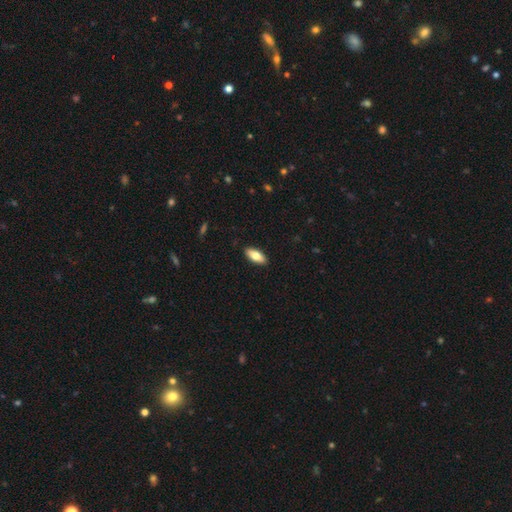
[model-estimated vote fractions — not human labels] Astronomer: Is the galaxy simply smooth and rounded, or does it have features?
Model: smooth — 76%.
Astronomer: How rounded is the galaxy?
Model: in between — 81%.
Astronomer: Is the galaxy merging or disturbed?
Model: none — 90%.